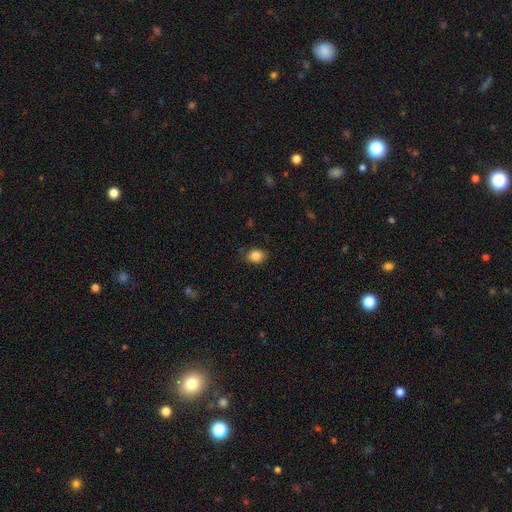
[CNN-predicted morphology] smooth 85%, star or artifact 9%, featured or disk 6%. Down the decision tree: how rounded — in between (60%); merging — none (79%).